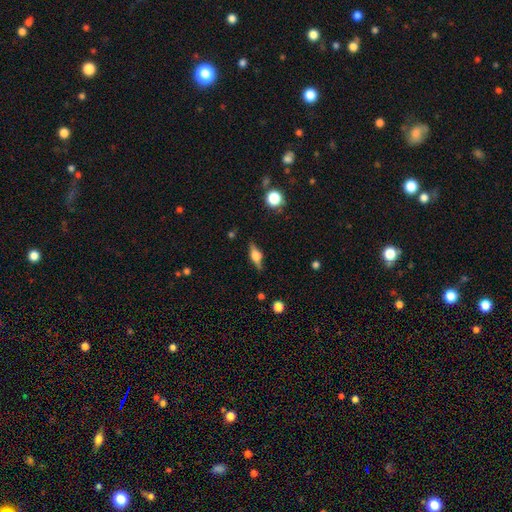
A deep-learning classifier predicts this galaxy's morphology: Smooth or featured?
  - featured or disk: 61% *
  - smooth: 30%
  - star or artifact: 9%
Edge-on disk?
  - yes: 95% *
  - no: 5%
Edge-on bulge?
  - rounded: 87% *
  - boxy: 12%
  - none: 2%
Merging?
  - none: 83% *
  - minor disturbance: 12%
  - major disturbance: 3%
  - merger: 2%